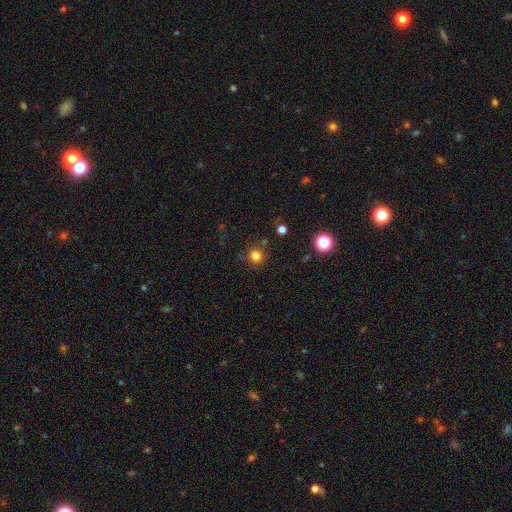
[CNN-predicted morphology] The model was most divided on "smooth or featured": smooth: 80%, star or artifact: 14%, featured or disk: 5%. More confident: how rounded — round (93%); merging — none (83%).